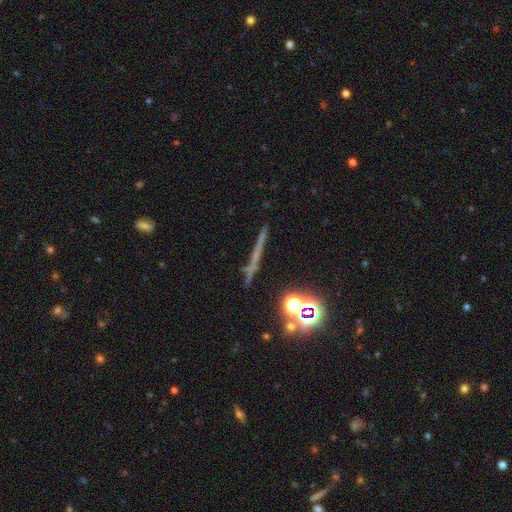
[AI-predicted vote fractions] This appears to be a featured or disk galaxy (40%). Merging: none (86%).